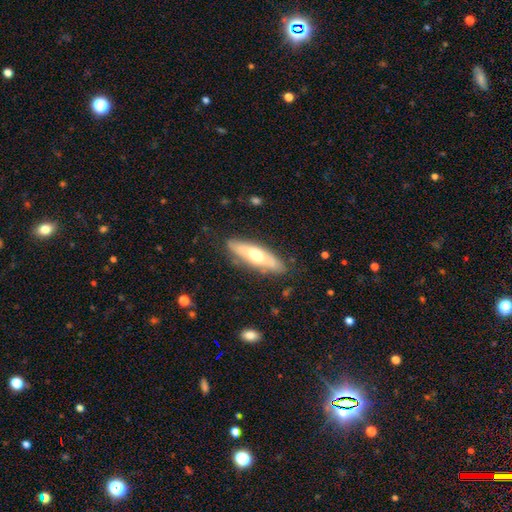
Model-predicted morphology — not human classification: A smooth galaxy with no disk features (47%, tied with featured or disk).

Vote fractions:
- Smooth or featured? smooth: 47% (tied) / featured or disk: 47% (tied) / star or artifact: 6%
- Merging? none: 81% / minor disturbance: 14% / major disturbance: 3% / merger: 2%